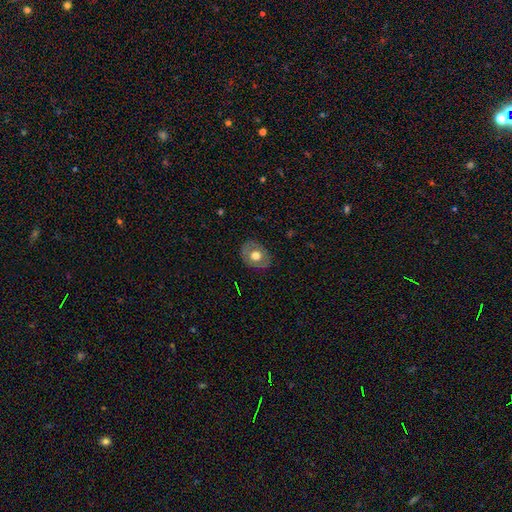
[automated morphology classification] smooth-or-featured: smooth: 60% | featured or disk: 32% | star or artifact: 7%
  how-rounded: in between: 57% | round: 42% | cigar-shaped: 1%
  merging: none: 82% | minor disturbance: 13% | major disturbance: 4% | merger: 1%